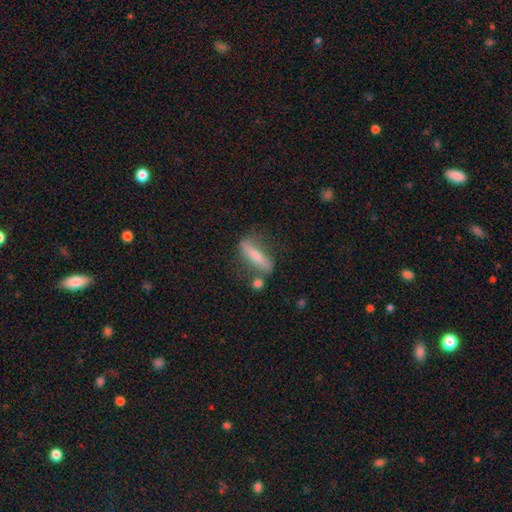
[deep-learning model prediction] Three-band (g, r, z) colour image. It shows a smooth galaxy with no disk features (55%) that is cigar-shaped (68%). Merging: none (59%).